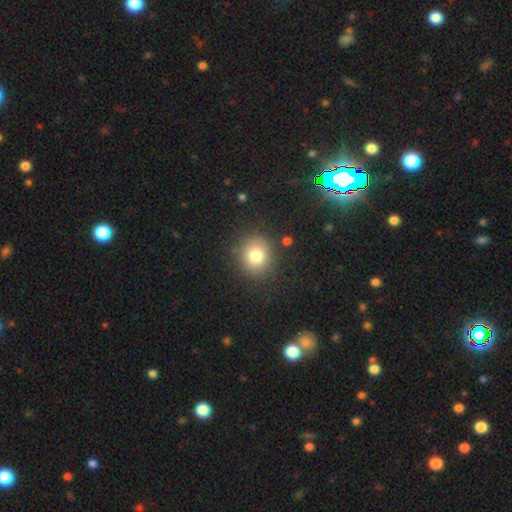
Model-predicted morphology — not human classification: smooth_or_featured: smooth (p=0.79) [alt: star or artifact p=0.12]
how_rounded: round (p=0.84) [alt: in between p=0.15]
merging: none (p=0.86) [alt: minor disturbance p=0.08]